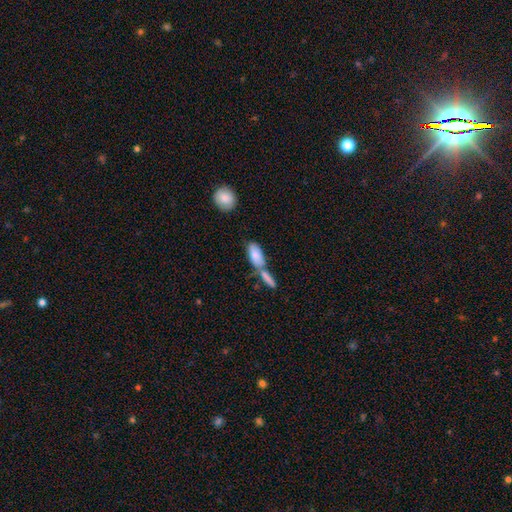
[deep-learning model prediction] Smooth or featured? Predicted: smooth (p=0.82). How rounded? Predicted: in between (p=0.83). Merging? Predicted: merger (p=0.46).